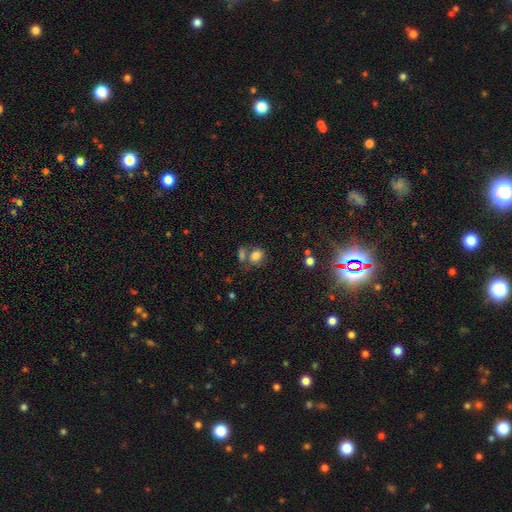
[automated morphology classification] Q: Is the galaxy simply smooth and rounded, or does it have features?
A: smooth — 79%.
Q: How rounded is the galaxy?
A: in between — 60%.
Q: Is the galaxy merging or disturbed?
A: none — 47%.